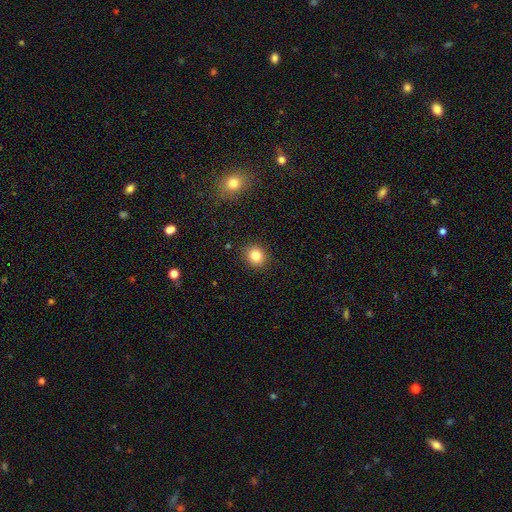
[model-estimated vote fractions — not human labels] This appears to be a smooth galaxy with no disk features (82%) that is round (82%). Merging: none (90%).